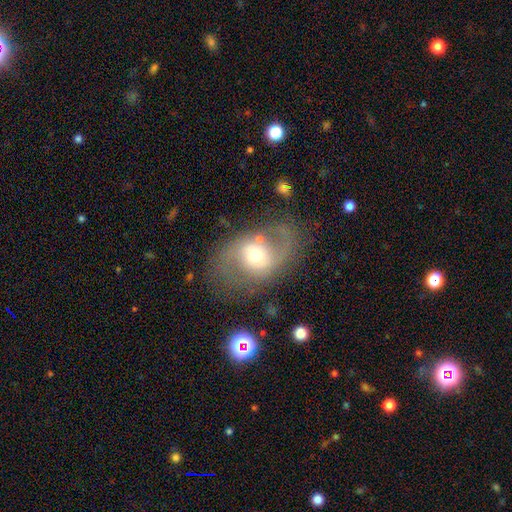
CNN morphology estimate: A featured or disk galaxy (70%) with no bar (49%), 2 (85%) medium (44%) spiral arms (78%) and a moderate central bulge (61%).

Vote fractions:
- Smooth or featured? featured or disk: 70% / smooth: 22% / star or artifact: 8%
- Edge-on disk? no: 95% / yes: 5%
- Bar? no: 49% / weak: 36% / strong: 15%
- Spiral arms? yes: 78% / no: 22%
- Spiral winding? medium: 44% / loose: 42% / tight: 14%
- Spiral arm count? 2: 85% / can't tell: 7% / 1: 5% / 3: 1% / 4: 1% / more than 4: 1%
- Bulge size? moderate: 61% / small: 28% / large: 9% / dominant: 2% / none: 1%
- Merging? none: 67% / minor disturbance: 17% / major disturbance: 12% / merger: 4%